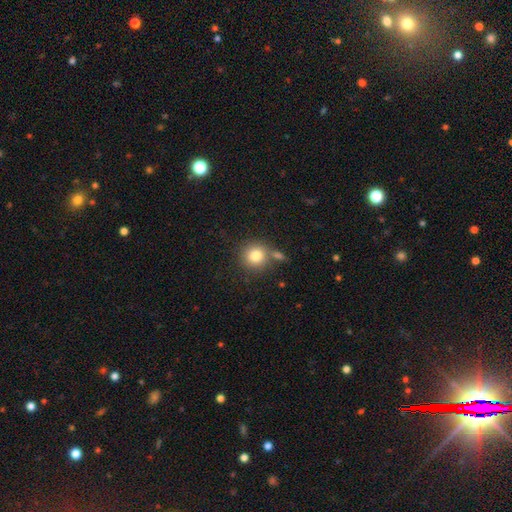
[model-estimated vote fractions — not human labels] The model was most divided on "merging": none: 70%, merger: 16%, minor disturbance: 10%, major disturbance: 4%. More confident: how rounded — round (92%); smooth or featured — smooth (80%).